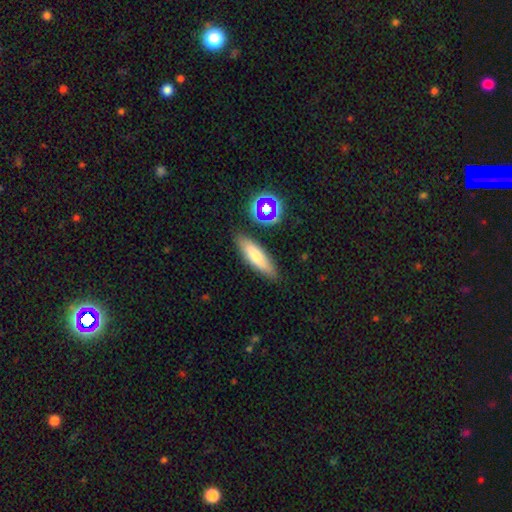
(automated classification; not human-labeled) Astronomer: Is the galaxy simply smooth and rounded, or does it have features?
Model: smooth — 66%.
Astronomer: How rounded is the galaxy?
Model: cigar-shaped — 56% (runner-up: in between, 40%).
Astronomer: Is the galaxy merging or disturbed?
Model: none — 83%.